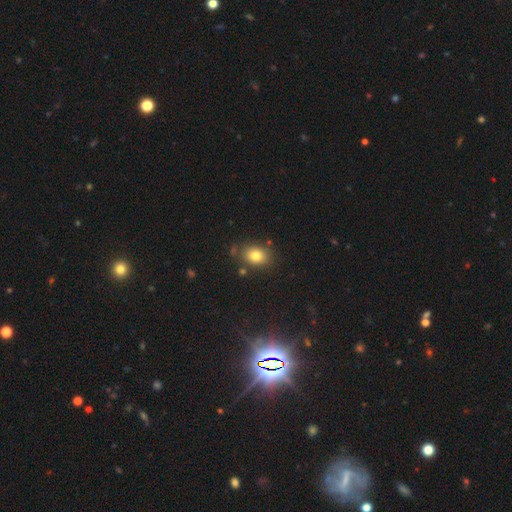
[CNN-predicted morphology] Smooth or featured?
  - smooth: 80% *
  - star or artifact: 10%
  - featured or disk: 9%
How rounded?
  - in between: 63% *
  - round: 36%
  - cigar-shaped: 1%
Merging?
  - none: 79% *
  - minor disturbance: 13%
  - merger: 5%
  - major disturbance: 4%